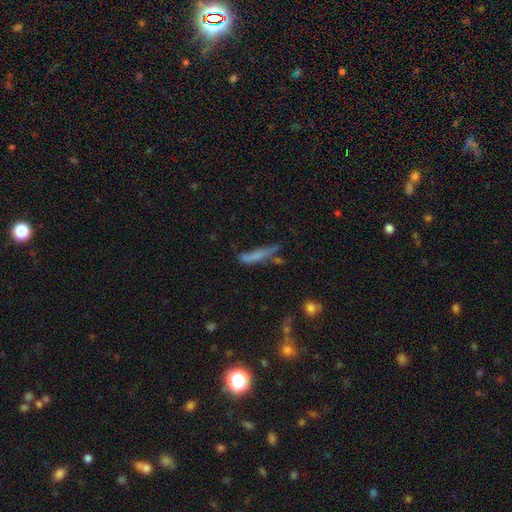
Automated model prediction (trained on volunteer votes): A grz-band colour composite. It shows a smooth galaxy with no disk features (58%) that is cigar-shaped (84%). Merging: none (45%).